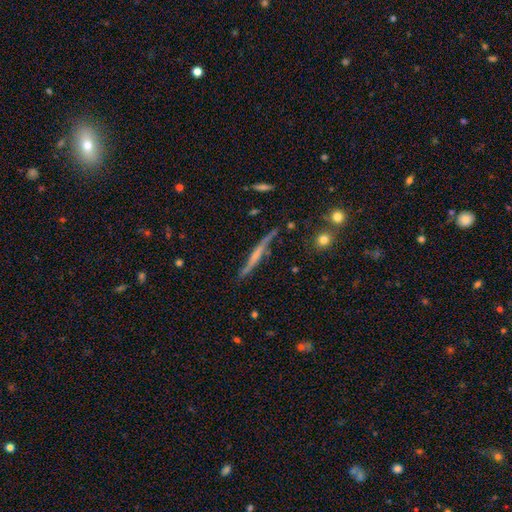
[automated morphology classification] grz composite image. It shows a featured or disk galaxy (61%) viewed edge-on (88%) with no central bulge (62%). Merging: none (68%).